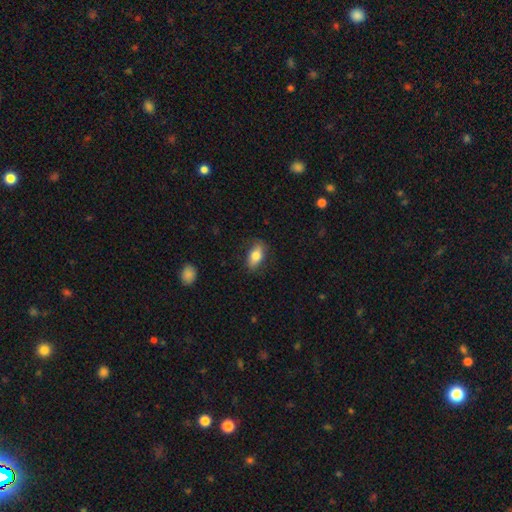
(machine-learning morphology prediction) The model was most divided on "smooth or featured": smooth: 78%, featured or disk: 15%, star or artifact: 7%. More confident: how rounded — in between (86%); merging — none (82%).